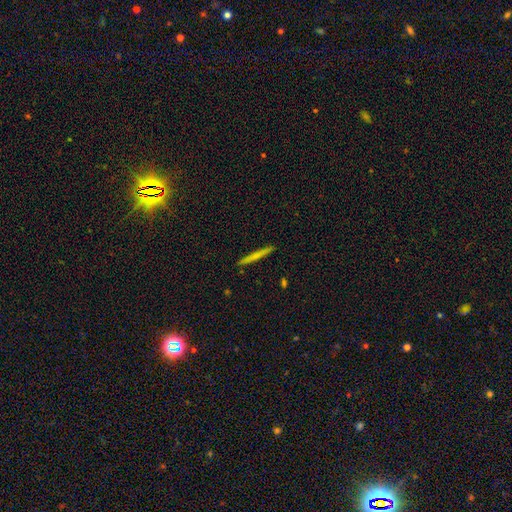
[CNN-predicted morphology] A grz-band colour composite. It shows a smooth galaxy with no disk features (61%) that is cigar-shaped (96%). Merging: none (92%).